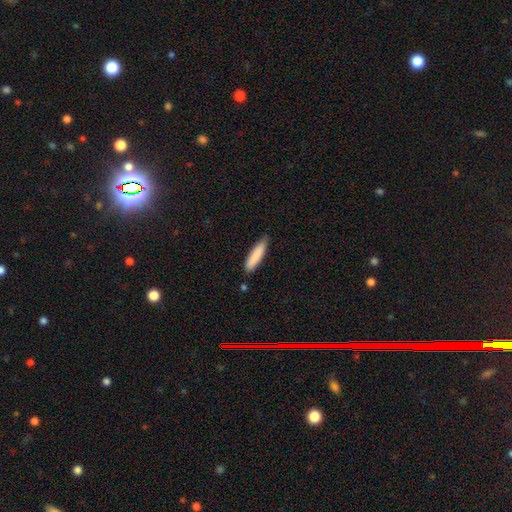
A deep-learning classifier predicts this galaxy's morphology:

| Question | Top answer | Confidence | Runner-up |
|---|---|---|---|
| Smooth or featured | smooth | 86% | featured or disk (8%) |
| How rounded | cigar-shaped | 78% | in between (21%) |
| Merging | none | 76% | minor disturbance (19%) |